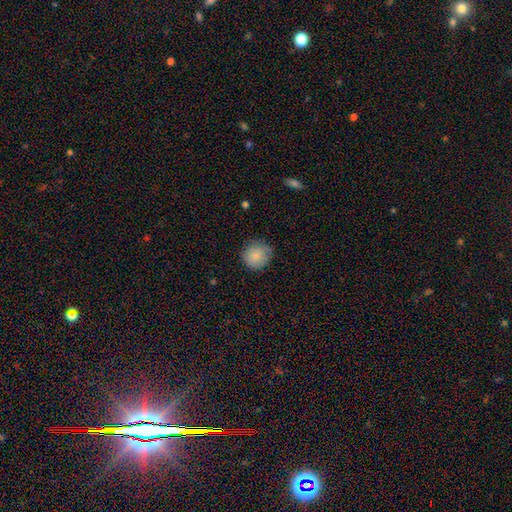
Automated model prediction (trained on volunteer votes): smooth-or-featured: smooth: 81% | featured or disk: 11% | star or artifact: 8%
  how-rounded: round: 92% | in between: 7% | cigar-shaped: 1%
  merging: none: 77% | minor disturbance: 18% | major disturbance: 4% | merger: 1%